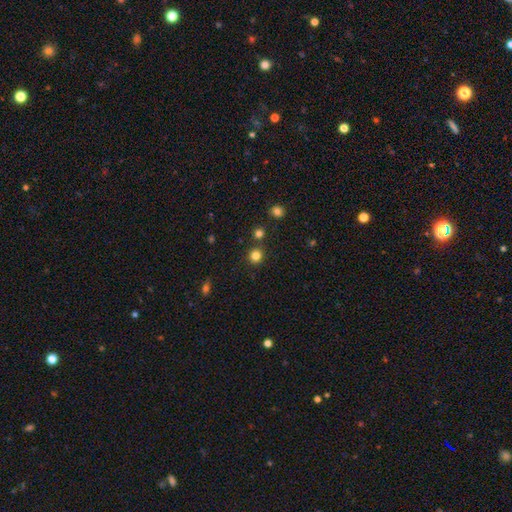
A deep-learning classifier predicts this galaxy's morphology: Smooth or featured?
  - smooth: 81% *
  - star or artifact: 15%
  - featured or disk: 4%
How rounded?
  - round: 92% *
  - in between: 7%
  - cigar-shaped: 1%
Merging?
  - none: 85% *
  - merger: 6%
  - minor disturbance: 6%
  - major disturbance: 2%